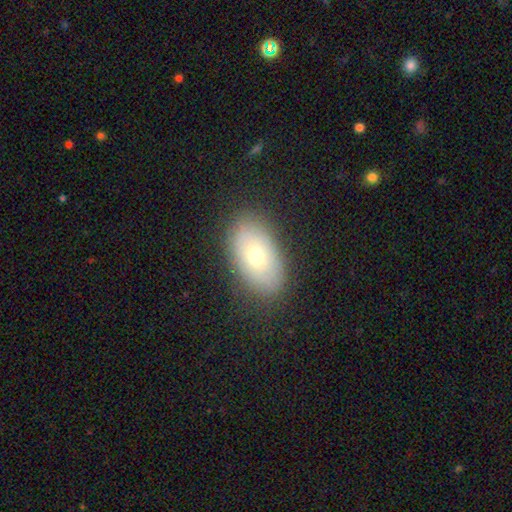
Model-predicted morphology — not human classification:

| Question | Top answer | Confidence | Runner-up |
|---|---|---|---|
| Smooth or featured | smooth | 65% | featured or disk (26%) |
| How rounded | in between | 91% | round (7%) |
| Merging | none | 85% | minor disturbance (11%) |